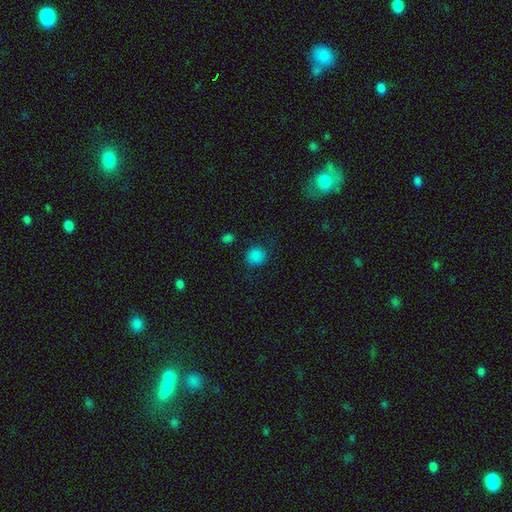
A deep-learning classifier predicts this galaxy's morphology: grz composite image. It shows a smooth galaxy with no disk features (85%) that is round (90%). Merging: none (84%).